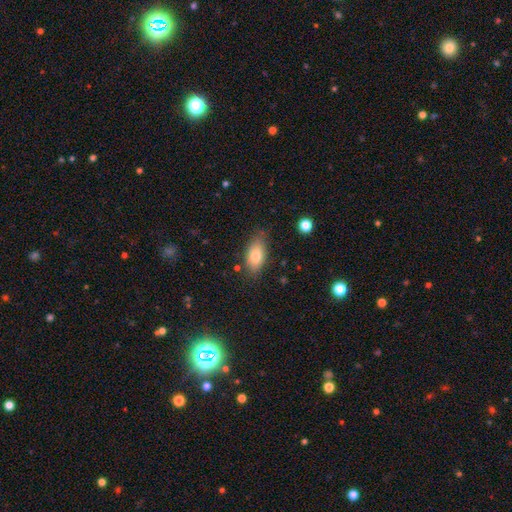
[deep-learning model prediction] Smooth or featured? Predicted: smooth (p=0.80). How rounded? Predicted: in between (p=0.89). Merging? Predicted: none (p=0.75).